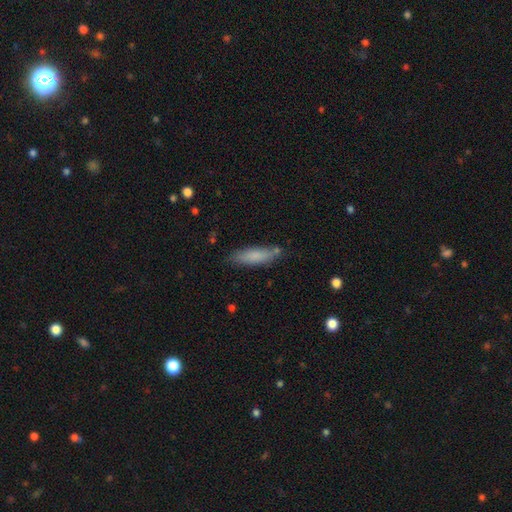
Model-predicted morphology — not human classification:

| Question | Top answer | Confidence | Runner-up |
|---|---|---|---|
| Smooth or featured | smooth | 79% | featured or disk (14%) |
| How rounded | cigar-shaped | 65% | in between (33%) |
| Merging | none | 78% | minor disturbance (15%) |